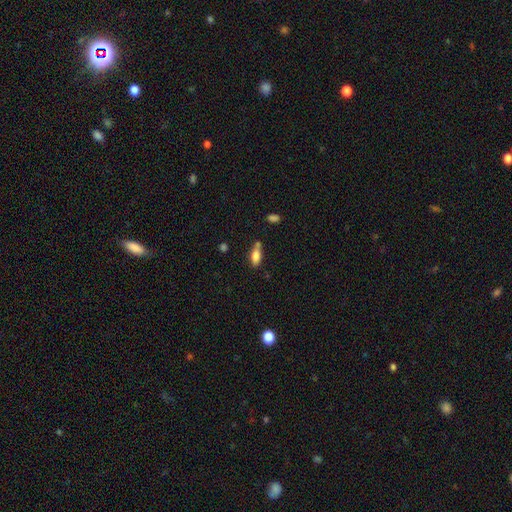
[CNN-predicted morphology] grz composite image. It shows a smooth galaxy with no disk features (77%) that is in between round and cigar-shaped (78%). Merging: none (61%).